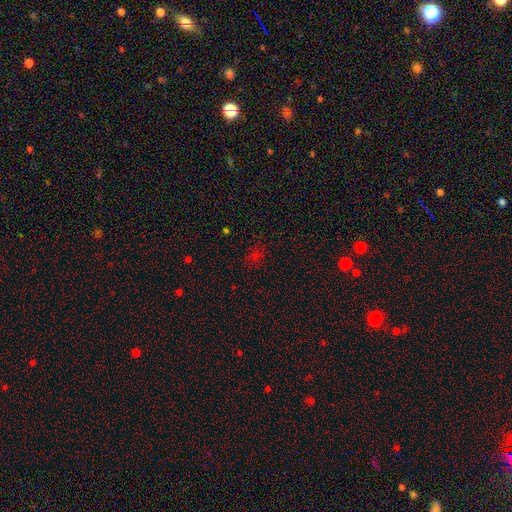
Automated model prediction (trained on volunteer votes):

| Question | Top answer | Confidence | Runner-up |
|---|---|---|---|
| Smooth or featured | smooth | 50% | star or artifact (43%) |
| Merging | none | 70% | minor disturbance (17%) |